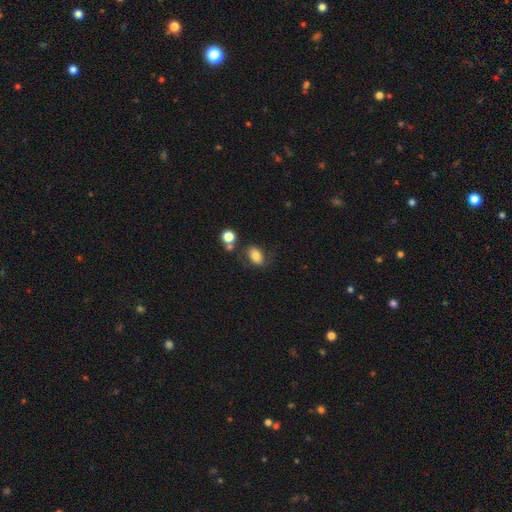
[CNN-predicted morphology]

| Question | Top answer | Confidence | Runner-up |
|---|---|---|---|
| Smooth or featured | smooth | 78% | featured or disk (12%) |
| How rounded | in between | 81% | round (17%) |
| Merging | none | 62% | minor disturbance (18%) |